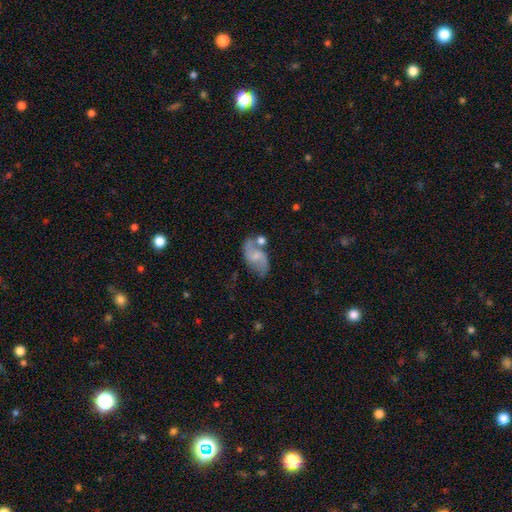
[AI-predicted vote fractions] Overall: featured or disk (71%). Edge-on disk: no (97%). Bar: weak (51%; no 36%). Spiral arms: yes (91%). Spiral arm count: 2 (90%). Spiral winding: loose (54%; medium 36%). Bulge size: small (49%; moderate 24%). Merging: none (55%; minor disturbance 20%).